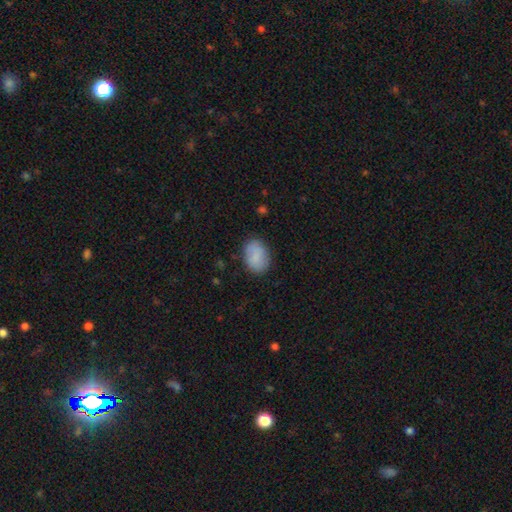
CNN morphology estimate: This is clearly a smooth galaxy (84%). How rounded: likely in between (77%). Merging: likely none (78%).